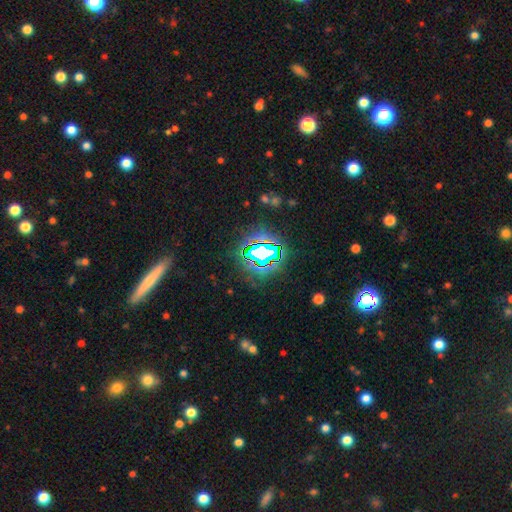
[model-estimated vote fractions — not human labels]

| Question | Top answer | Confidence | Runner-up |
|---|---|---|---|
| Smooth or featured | star or artifact | 74% | smooth (15%) |